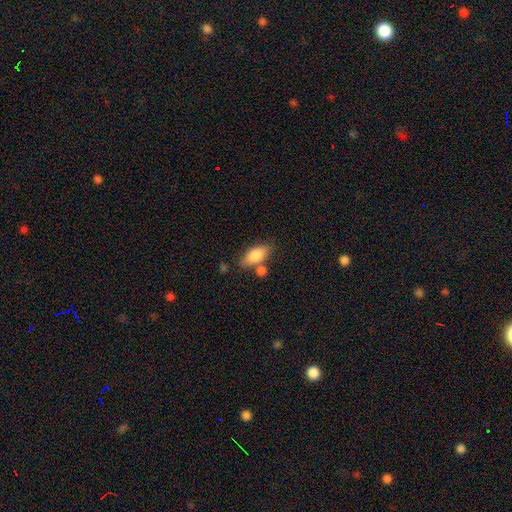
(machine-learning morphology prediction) Smooth or featured: smooth — 81% (featured or disk — 12%)
How rounded: in between — 87% (cigar-shaped — 8%)
Merging: none — 64% (merger — 17%)